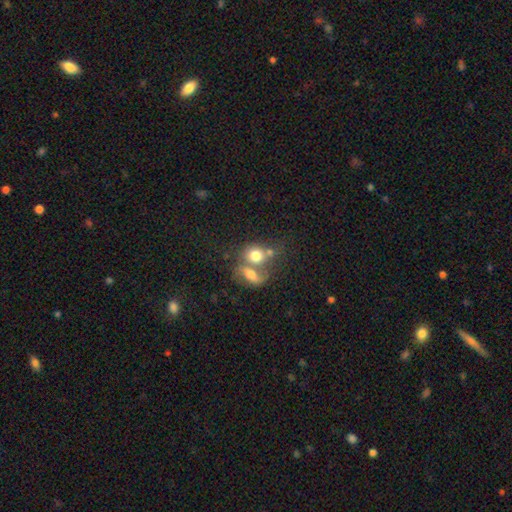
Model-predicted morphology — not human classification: type=smooth (69%); roundness=round (56%); merging=merger (59%).